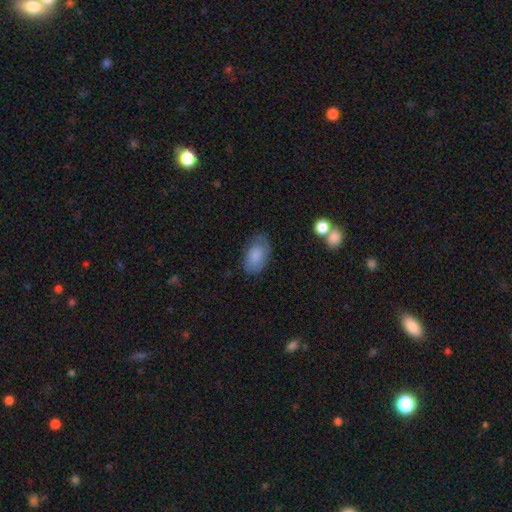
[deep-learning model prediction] Smooth or featured: smooth — 78% (featured or disk — 14%)
How rounded: in between — 92% (round — 6%)
Merging: none — 70% (minor disturbance — 22%)